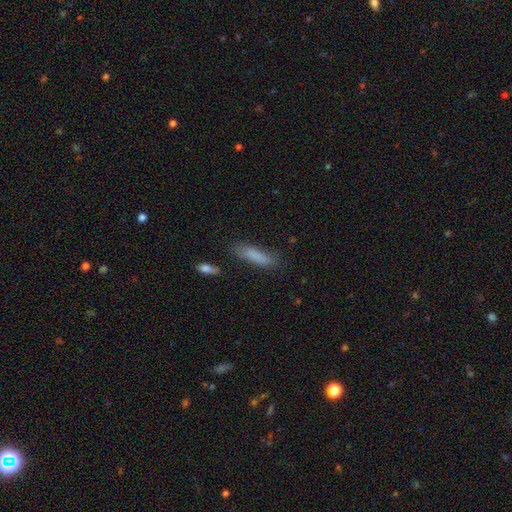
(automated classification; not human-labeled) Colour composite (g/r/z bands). It shows a smooth galaxy with no disk features (80%) that is cigar-shaped (73%). Merging: none (74%).